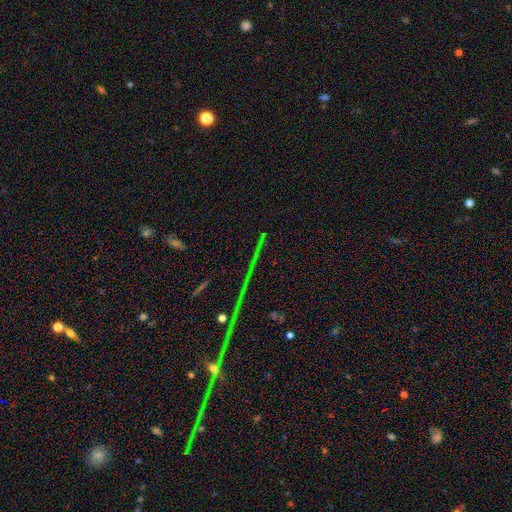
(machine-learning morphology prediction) A star or artifact, not a galaxy (81%).

Vote fractions:
- Smooth or featured? star or artifact: 81% / smooth: 10% / featured or disk: 9%